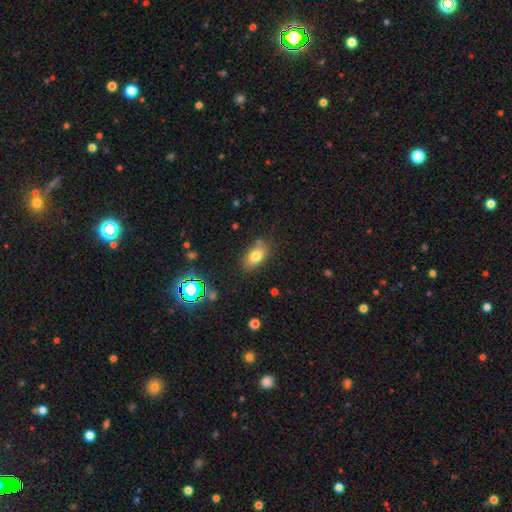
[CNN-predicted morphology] smooth-or-featured: smooth: 77% | featured or disk: 12% | star or artifact: 11%
  how-rounded: in between: 86% | round: 10% | cigar-shaped: 4%
  merging: none: 74% | minor disturbance: 17% | merger: 4% | major disturbance: 4%